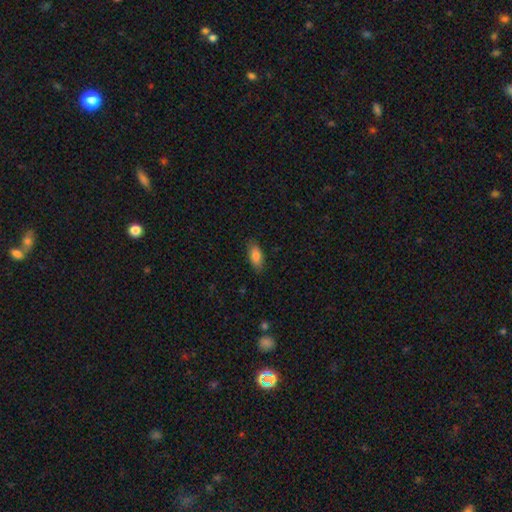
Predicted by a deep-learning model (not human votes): This is clearly a smooth galaxy (86%). How rounded: clearly in between (86%). Merging: clearly none (84%).